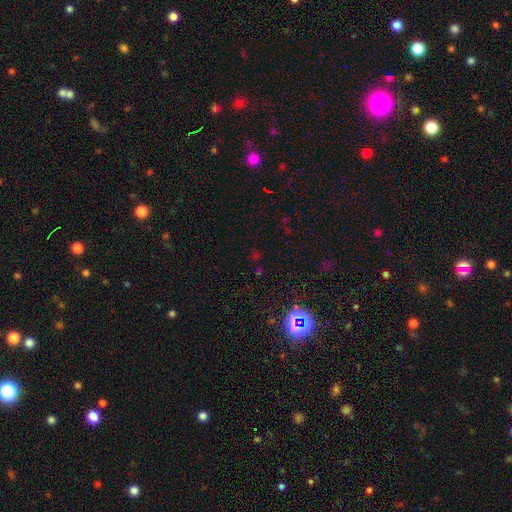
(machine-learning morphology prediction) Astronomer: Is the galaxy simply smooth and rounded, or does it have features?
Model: star or artifact — 68%.